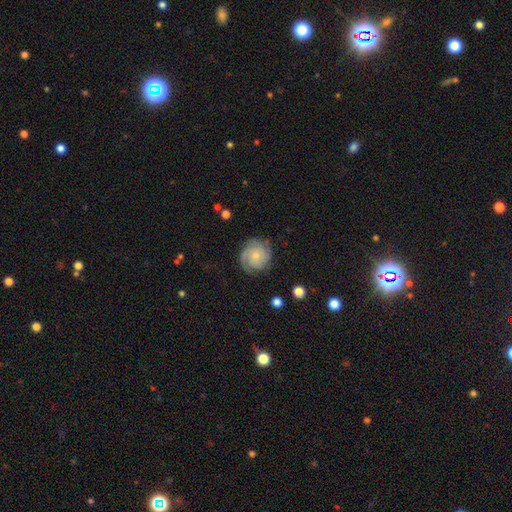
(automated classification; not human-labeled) Overall: featured or disk (64%; smooth 29%). Edge-on disk: no (98%). Bar: no (79%). Spiral arms: yes (92%). Spiral arm count: can't tell (31%; 2 25%). Spiral winding: tight (61%; medium 30%). Bulge size: small (72%). Merging: none (78%).